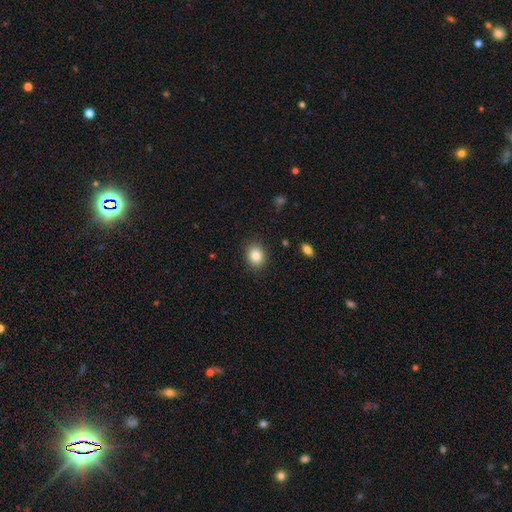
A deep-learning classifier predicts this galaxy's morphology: smooth_or_featured: smooth (p=0.84) [alt: star or artifact p=0.09]
how_rounded: round (p=0.59) [alt: in between p=0.40]
merging: none (p=0.89) [alt: minor disturbance p=0.08]